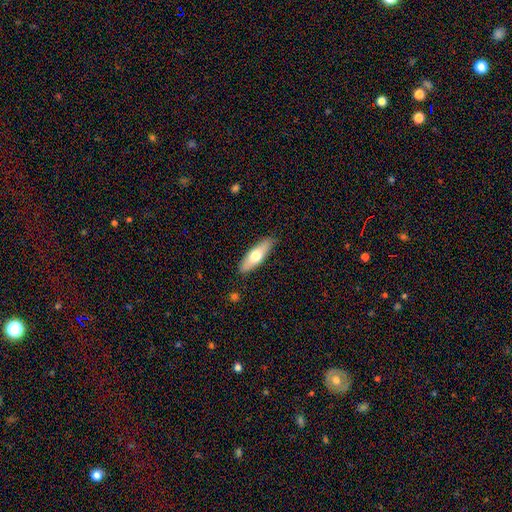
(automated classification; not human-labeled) Smooth or featured: smooth — 62% (featured or disk — 33%)
How rounded: in between — 52% (cigar-shaped — 46%)
Merging: none — 87% (minor disturbance — 10%)